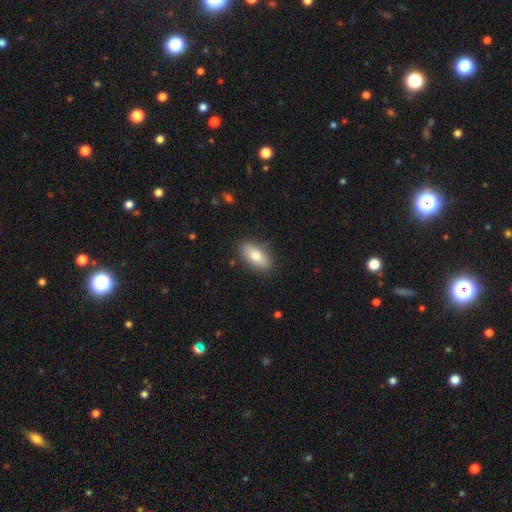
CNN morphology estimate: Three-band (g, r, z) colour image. It shows a smooth galaxy with no disk features (77%) that is in between round and cigar-shaped (88%). Merging: none (86%).